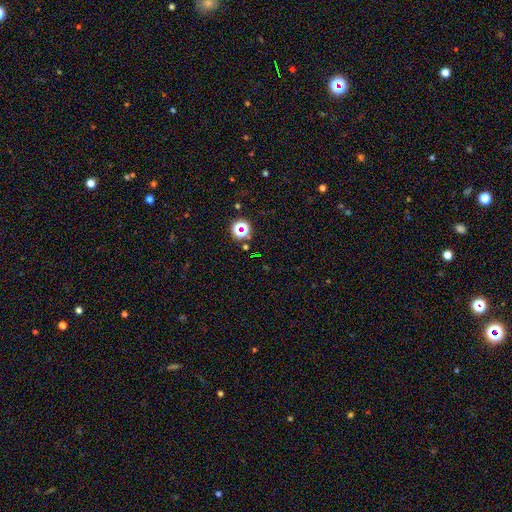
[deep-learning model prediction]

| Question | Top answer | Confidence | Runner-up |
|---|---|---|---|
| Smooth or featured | star or artifact | 68% | smooth (24%) |